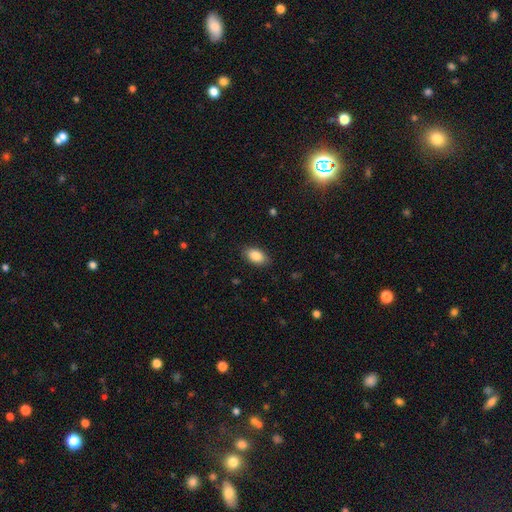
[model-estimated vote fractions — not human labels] This is clearly a smooth galaxy (86%). How rounded: clearly in between (92%). Merging: clearly none (87%).